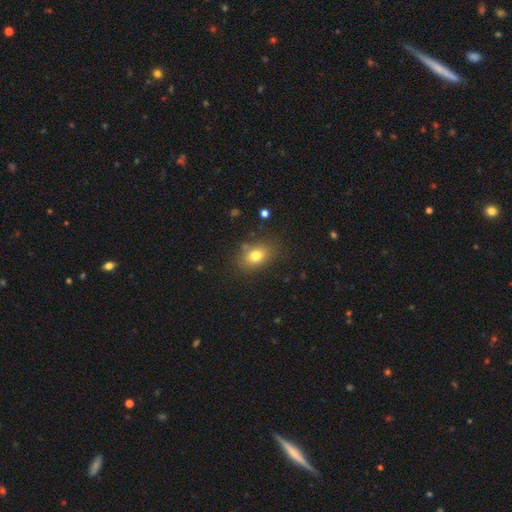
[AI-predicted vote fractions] Q: Smooth or featured?
A: smooth (77%); runner-up: star or artifact (11%)
Q: How rounded?
A: in between (73%); runner-up: round (26%)
Q: Merging?
A: none (80%); runner-up: minor disturbance (13%)